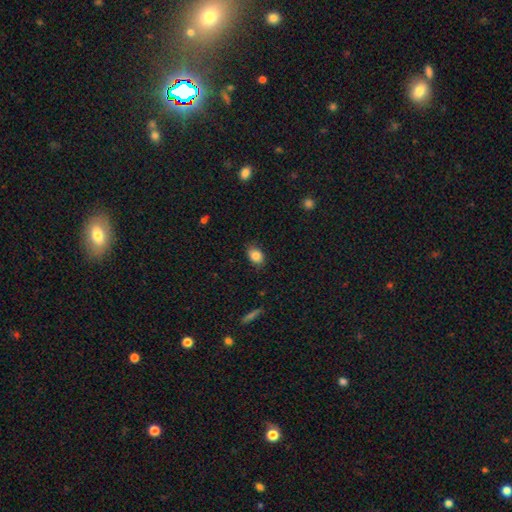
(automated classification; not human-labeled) This appears to be a smooth galaxy with no disk features (84%) that is in between round and cigar-shaped (77%). Merging: none (81%).